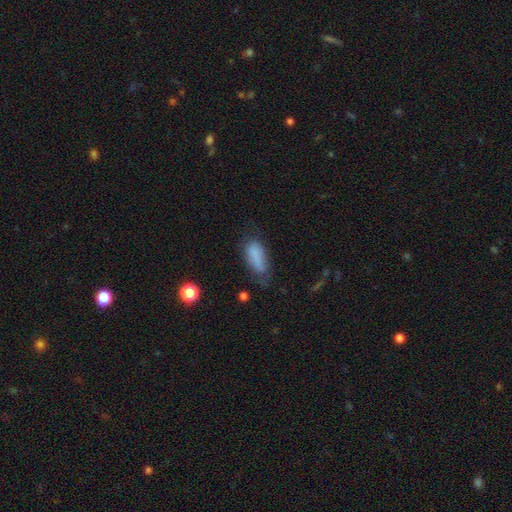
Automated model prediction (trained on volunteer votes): Q: Smooth or featured?
A: smooth (80%); runner-up: featured or disk (10%)
Q: How rounded?
A: in between (80%); runner-up: cigar-shaped (17%)
Q: Merging?
A: none (51%); runner-up: minor disturbance (32%)